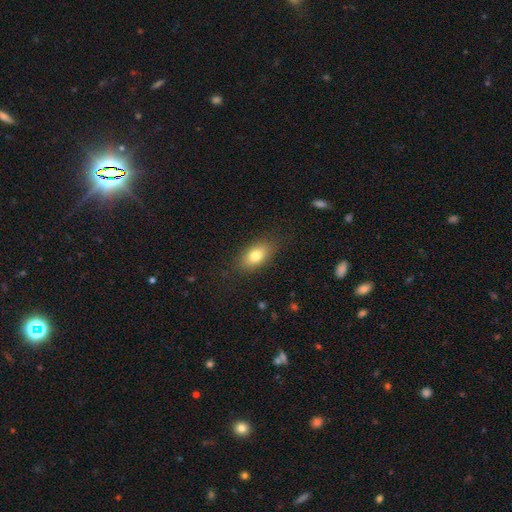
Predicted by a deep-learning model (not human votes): This is likely a smooth galaxy (78%). How rounded: clearly in between (87%). Merging: clearly none (84%).